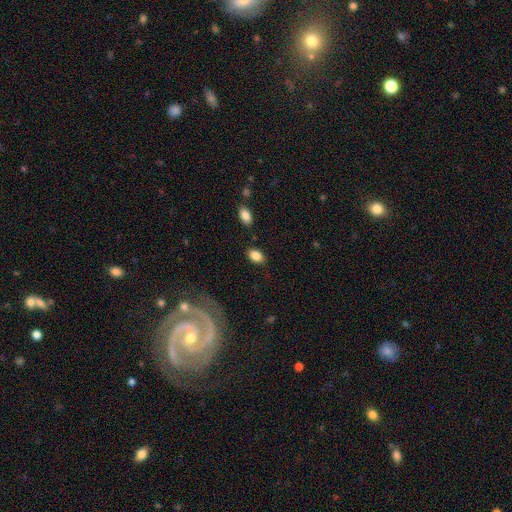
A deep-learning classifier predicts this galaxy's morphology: smooth 86%, star or artifact 8%, featured or disk 6%. Down the decision tree: how rounded — in between (85%); merging — none (83%).